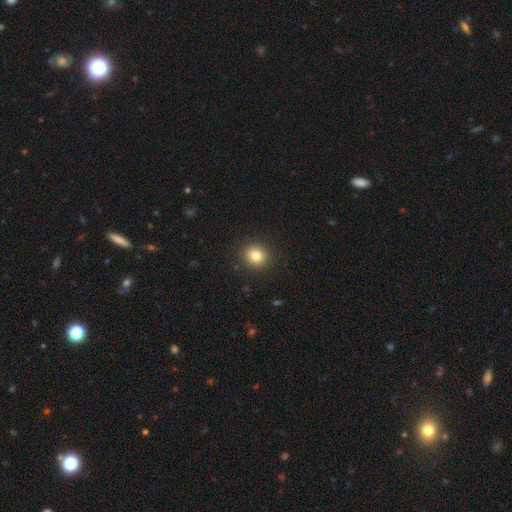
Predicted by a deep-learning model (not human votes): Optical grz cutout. It shows a smooth galaxy with no disk features (81%) that is round (89%). Merging: none (92%).